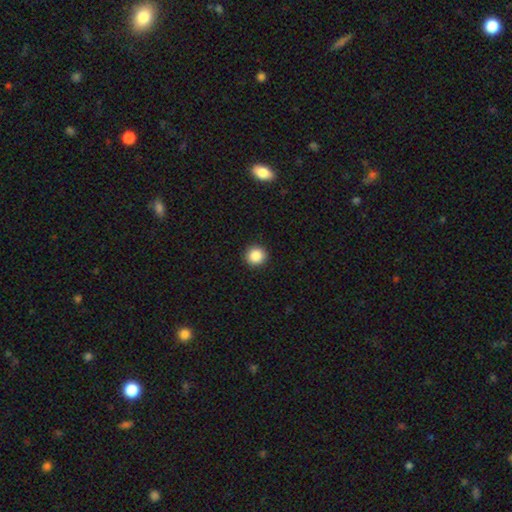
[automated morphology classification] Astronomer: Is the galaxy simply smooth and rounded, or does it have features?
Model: smooth — 87%.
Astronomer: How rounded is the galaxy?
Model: round — 94%.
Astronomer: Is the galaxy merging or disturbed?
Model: none — 92%.